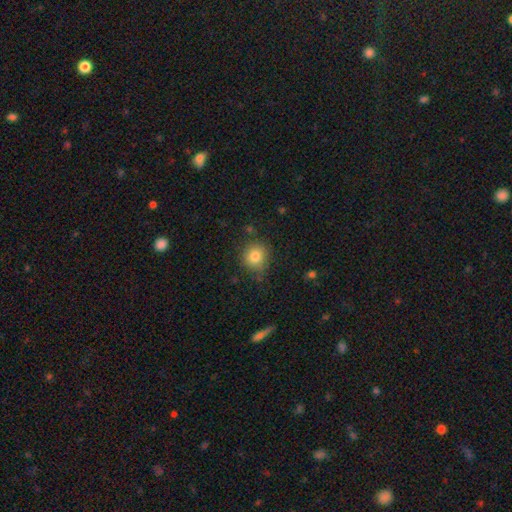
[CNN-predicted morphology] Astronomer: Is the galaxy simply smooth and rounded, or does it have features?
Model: smooth — 80%.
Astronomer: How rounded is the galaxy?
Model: round — 89%.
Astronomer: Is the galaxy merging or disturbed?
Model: none — 81%.